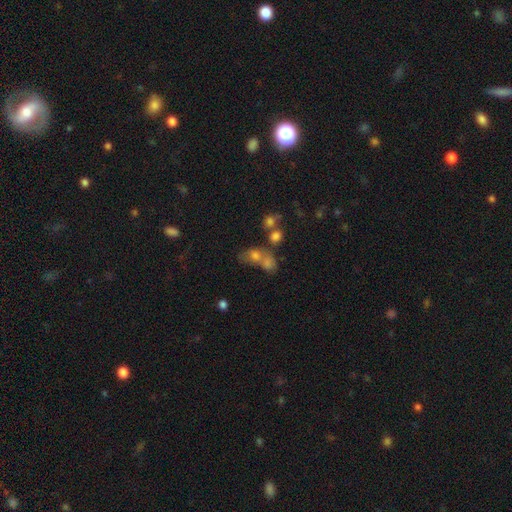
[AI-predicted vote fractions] This is likely a smooth galaxy (66%). How rounded: possibly in between (55%). Merging: possibly merger (51%).